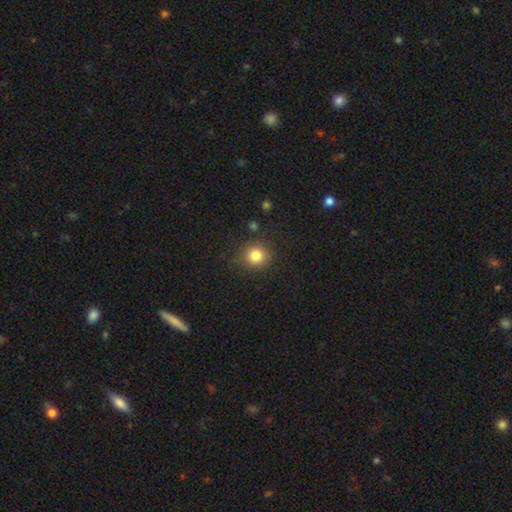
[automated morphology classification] Overall: smooth (83%). How rounded: round (91%). Merging: none (86%).